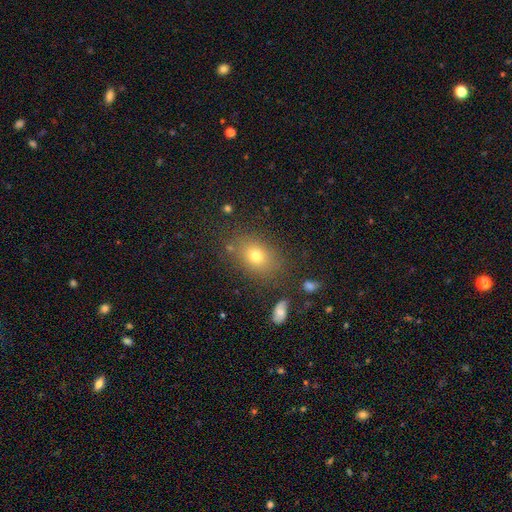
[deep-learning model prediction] Morphology: type=smooth (73%); roundness=in between (70%); merging=none (79%).